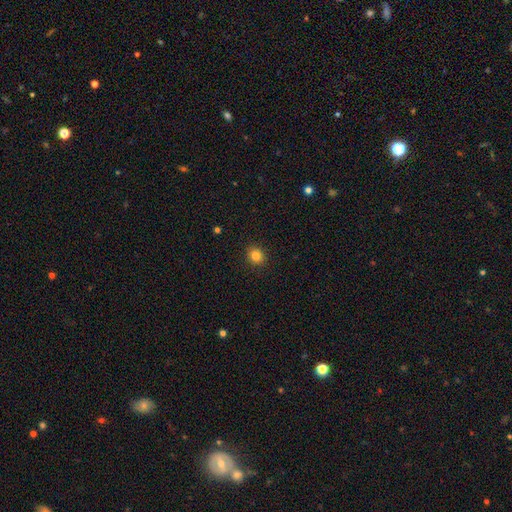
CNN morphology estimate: A smooth galaxy with no disk features (83%) that is round (80%).

Vote fractions:
- Smooth or featured? smooth: 83% / star or artifact: 12% / featured or disk: 5%
- How rounded? round: 80% / in between: 19% / cigar-shaped: 1%
- Merging? none: 91% / minor disturbance: 6% / major disturbance: 2% / merger: 1%